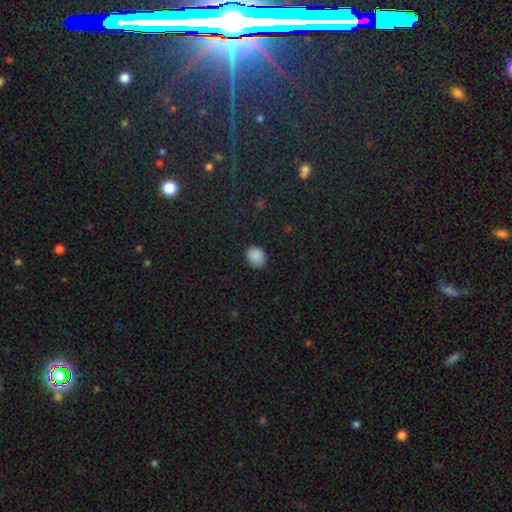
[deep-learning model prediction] Smooth or featured? smooth (88%)
How rounded? round (58%)
Merging? none (85%)